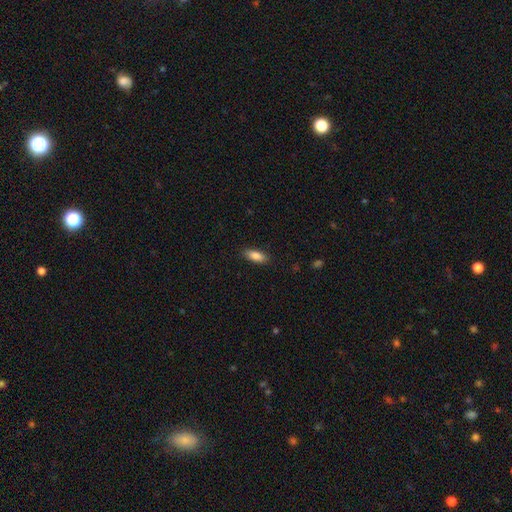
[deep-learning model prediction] Smooth or featured? smooth (86%)
How rounded? in between (78%)
Merging? none (87%)